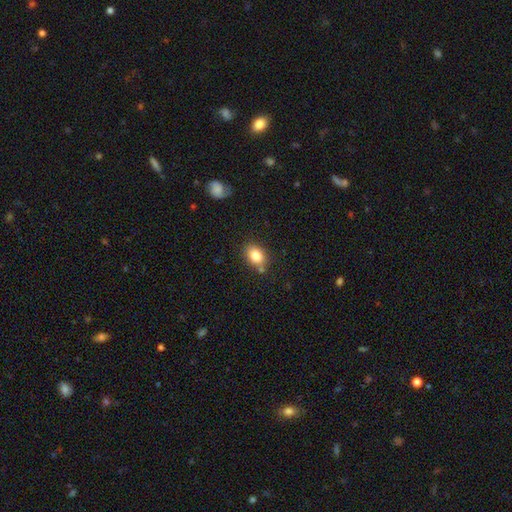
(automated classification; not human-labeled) This appears to be a smooth galaxy with no disk features (82%) that is in between round and cigar-shaped (71%). Merging: none (75%).